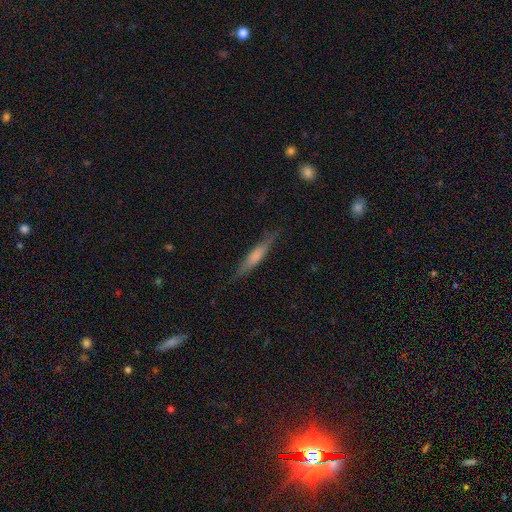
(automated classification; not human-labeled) Smooth or featured?
  - smooth: 59% *
  - featured or disk: 35%
  - star or artifact: 6%
How rounded?
  - cigar-shaped: 89% *
  - in between: 10%
  - round: 2%
Merging?
  - none: 81% *
  - minor disturbance: 14%
  - major disturbance: 3%
  - merger: 1%